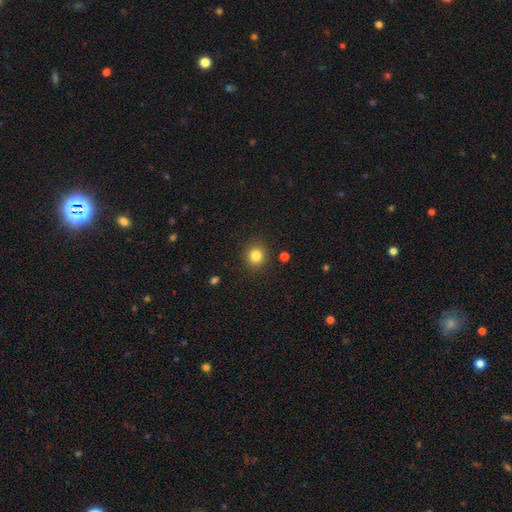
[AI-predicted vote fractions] Overall: smooth (83%). How rounded: round (85%). Merging: none (89%).